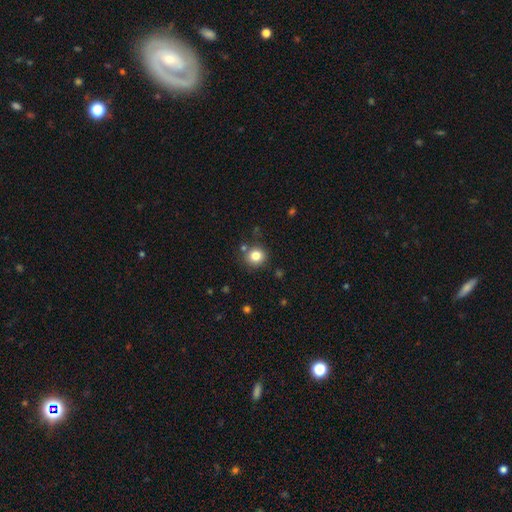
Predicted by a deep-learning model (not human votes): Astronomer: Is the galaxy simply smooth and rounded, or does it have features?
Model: smooth — 81%.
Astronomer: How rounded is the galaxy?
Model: round — 89%.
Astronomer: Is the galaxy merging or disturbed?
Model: none — 82%.